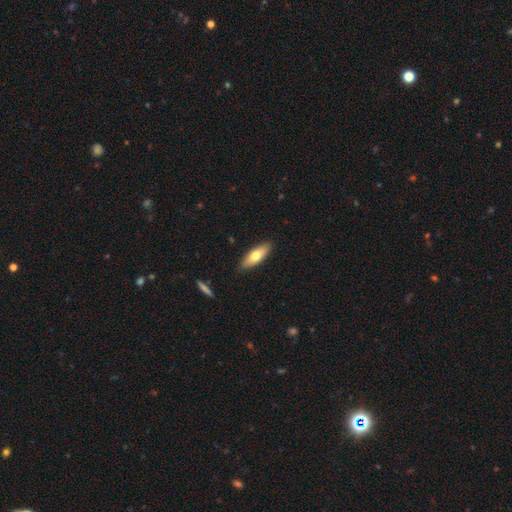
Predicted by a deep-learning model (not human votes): smooth 68%, featured or disk 26%, star or artifact 6%. Down the decision tree: how rounded — in between (64%); merging — none (88%).